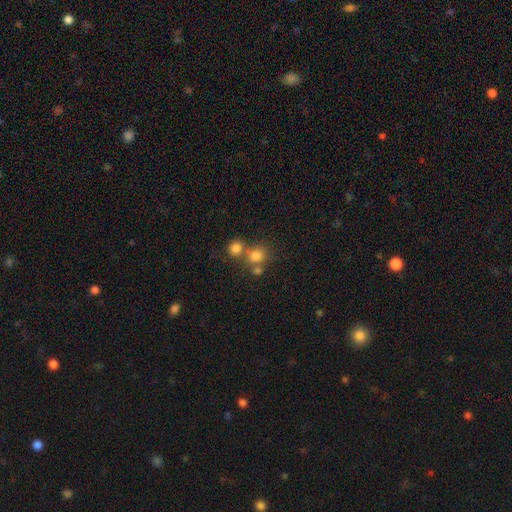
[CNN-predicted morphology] Smooth or featured? Predicted: smooth (p=0.77). How rounded? Predicted: round (p=0.83). Merging? Predicted: none (p=0.53).